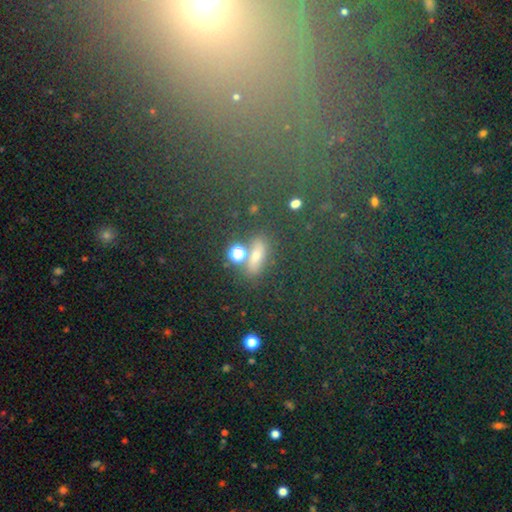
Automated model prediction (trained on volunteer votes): This is possibly a smooth galaxy (57%). How rounded: possibly in between (54%). Merging: likely none (69%).